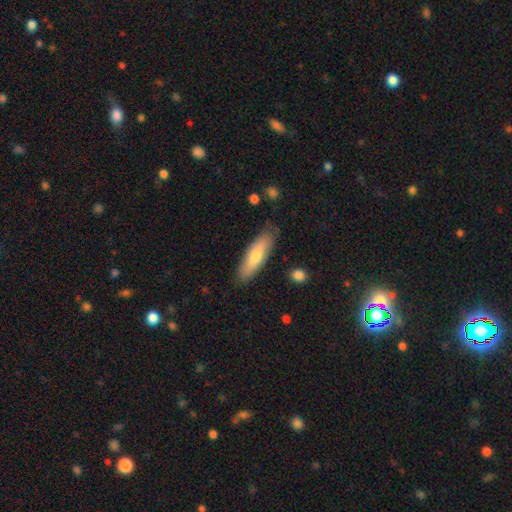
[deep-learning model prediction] smooth 66%, featured or disk 28%, star or artifact 6%. Down the decision tree: how rounded — cigar-shaped (58%); merging — none (84%).